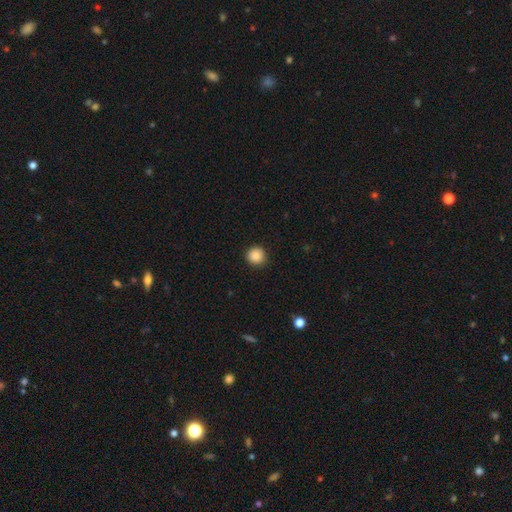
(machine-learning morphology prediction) Q: Smooth or featured?
A: smooth (88%); runner-up: star or artifact (9%)
Q: How rounded?
A: round (94%); runner-up: in between (5%)
Q: Merging?
A: none (91%); runner-up: minor disturbance (6%)